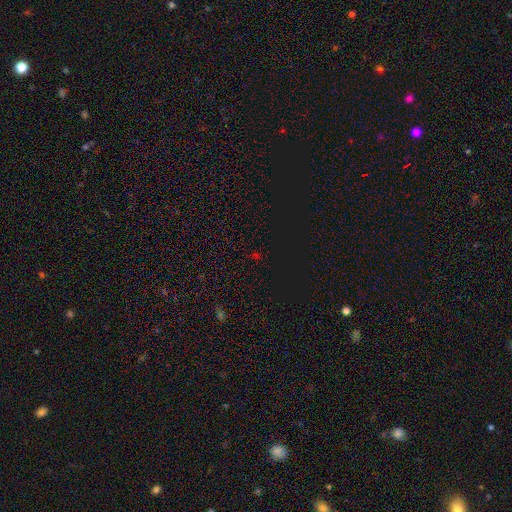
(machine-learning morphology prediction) smooth-or-featured: star or artifact: 73% | smooth: 21% | featured or disk: 7%